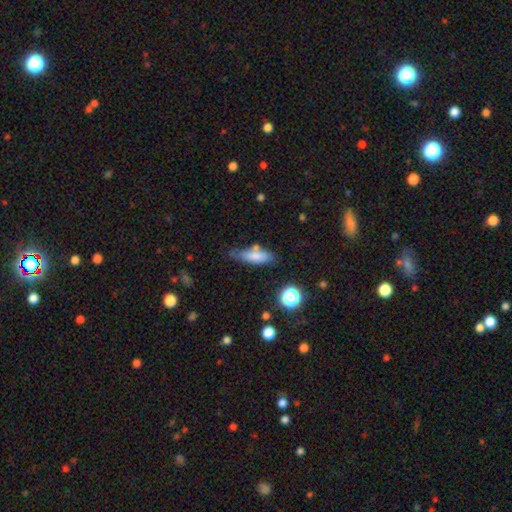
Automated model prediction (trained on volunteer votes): Smooth or featured?
  - smooth: 74% *
  - featured or disk: 16%
  - star or artifact: 9%
How rounded?
  - in between: 53% *
  - cigar-shaped: 44%
  - round: 3%
Merging?
  - none: 58% *
  - minor disturbance: 26%
  - merger: 9%
  - major disturbance: 7%